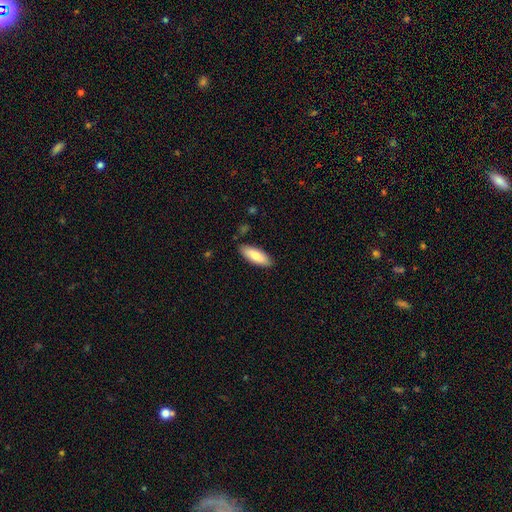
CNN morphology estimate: A smooth galaxy with no disk features (80%) that is in between round and cigar-shaped (69%). Merging: none (85%).